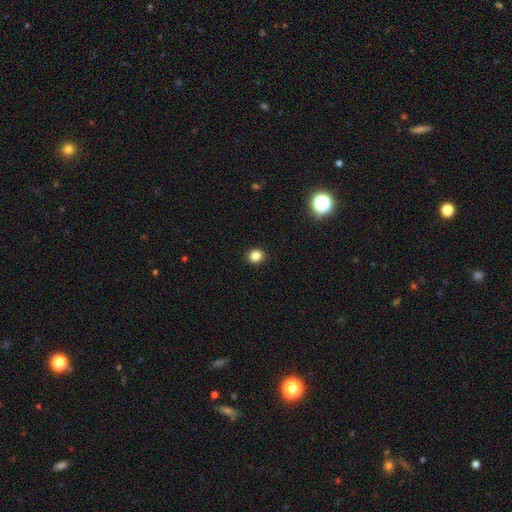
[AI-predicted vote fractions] This is clearly a smooth galaxy (84%). How rounded: clearly round (80%). Merging: clearly none (92%).